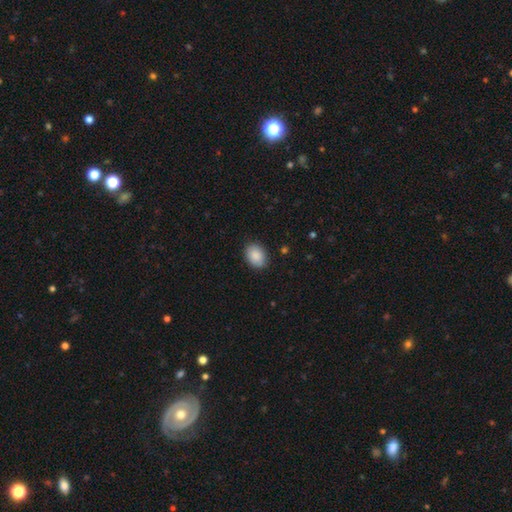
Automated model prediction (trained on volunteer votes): smooth-or-featured: smooth: 89% | star or artifact: 7% | featured or disk: 4%
  how-rounded: in between: 70% | round: 29% | cigar-shaped: 1%
  merging: none: 86% | minor disturbance: 11% | major disturbance: 2% | merger: 1%